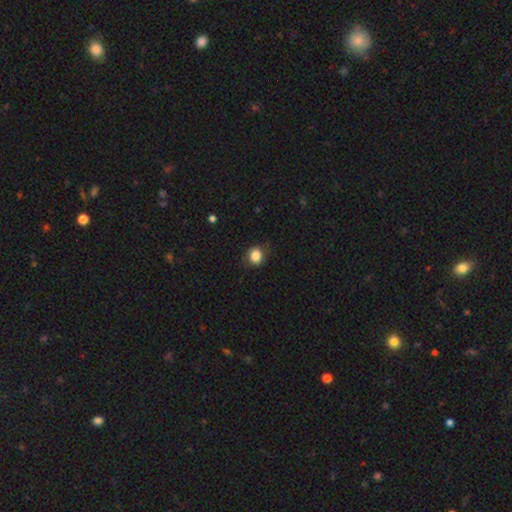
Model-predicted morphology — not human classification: A smooth galaxy with no disk features (85%) that is round (60%).

Vote fractions:
- Smooth or featured? smooth: 85% / star or artifact: 10% / featured or disk: 6%
- How rounded? round: 60% / in between: 39% / cigar-shaped: 1%
- Merging? none: 79% / minor disturbance: 16% / major disturbance: 4% / merger: 1%